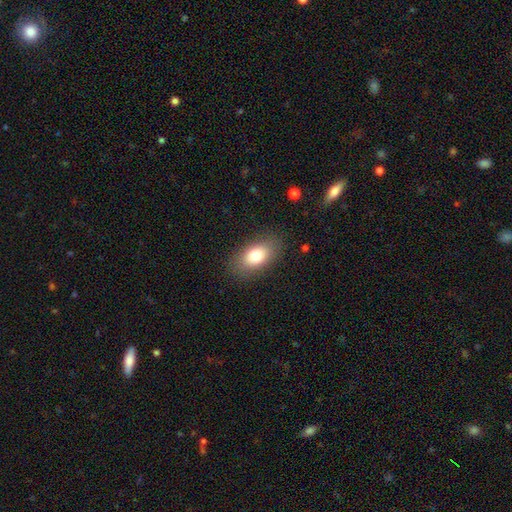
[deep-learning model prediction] smooth-or-featured: smooth: 77% | featured or disk: 15% | star or artifact: 9%
  how-rounded: in between: 88% | round: 9% | cigar-shaped: 3%
  merging: none: 85% | minor disturbance: 11% | major disturbance: 4% | merger: 1%